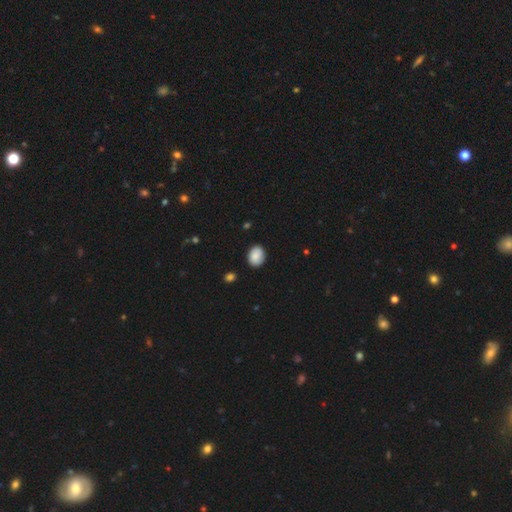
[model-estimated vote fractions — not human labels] smooth_or_featured: smooth (p=0.87) [alt: star or artifact p=0.07]
how_rounded: in between (p=0.63) [alt: round p=0.36]
merging: none (p=0.86) [alt: minor disturbance p=0.10]